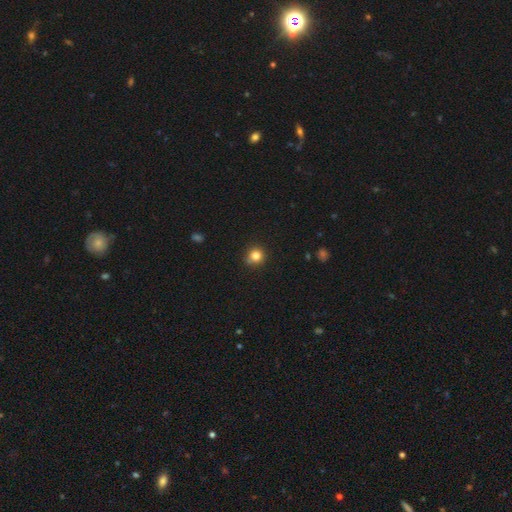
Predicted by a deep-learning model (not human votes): Q: Smooth or featured?
A: smooth (81%); runner-up: star or artifact (13%)
Q: How rounded?
A: round (92%); runner-up: in between (7%)
Q: Merging?
A: none (83%); runner-up: minor disturbance (10%)